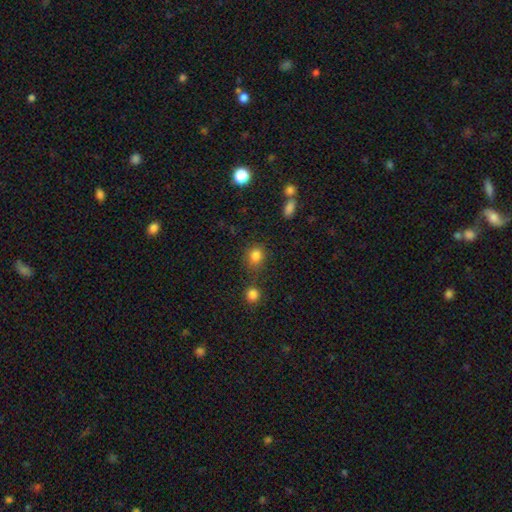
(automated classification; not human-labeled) Smooth or featured? Predicted: smooth (p=0.82). How rounded? Predicted: round (p=0.70). Merging? Predicted: none (p=0.72).